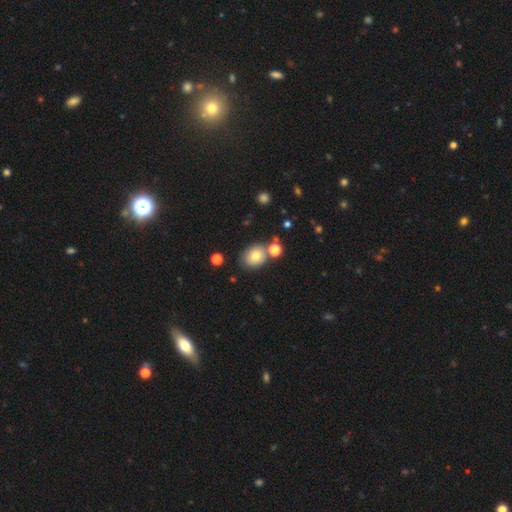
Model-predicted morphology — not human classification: This is likely a smooth galaxy (75%). How rounded: possibly round (56%). Merging: likely none (69%).